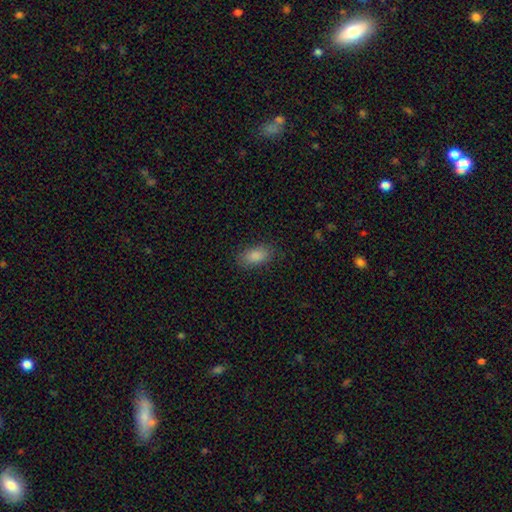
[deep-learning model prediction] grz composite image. It shows a smooth galaxy with no disk features (88%) that is in between round and cigar-shaped (92%). Merging: none (84%).